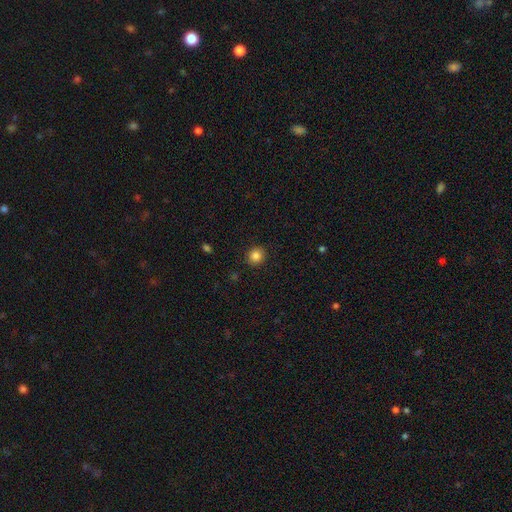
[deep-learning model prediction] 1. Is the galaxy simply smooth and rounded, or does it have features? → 84% smooth, 11% star or artifact, 5% featured or disk.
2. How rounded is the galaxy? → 89% round, 10% in between, 1% cigar-shaped.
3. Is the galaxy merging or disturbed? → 91% none, 6% minor disturbance, 2% major disturbance, 1% merger.